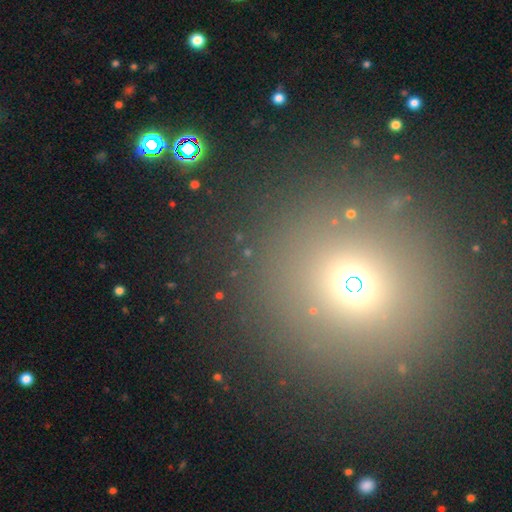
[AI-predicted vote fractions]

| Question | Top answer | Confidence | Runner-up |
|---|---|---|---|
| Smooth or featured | star or artifact | 56% | smooth (35%) |